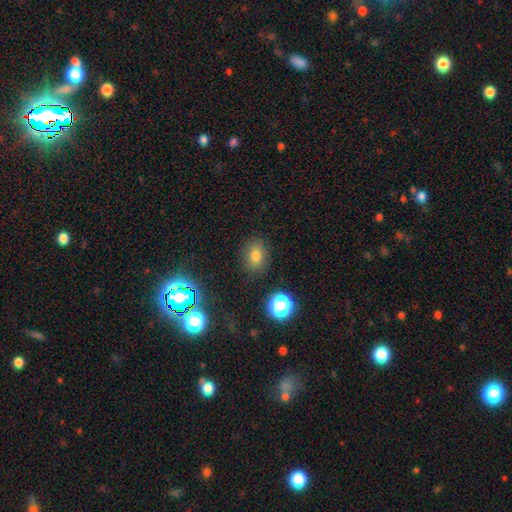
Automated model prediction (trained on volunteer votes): Smooth or featured? smooth (75%)
How rounded? round (52%)
Merging? none (85%)